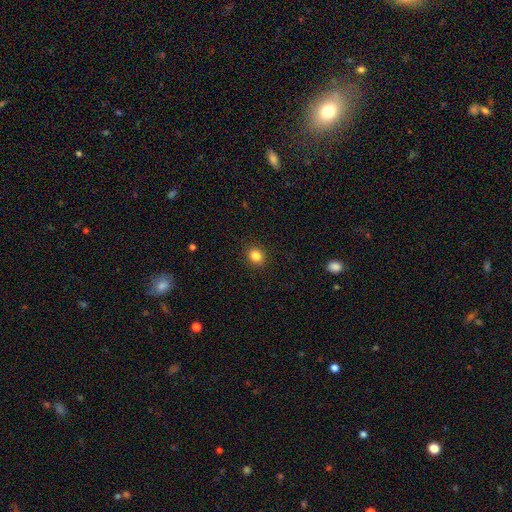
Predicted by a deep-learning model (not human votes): Smooth or featured? smooth (85%)
How rounded? round (78%)
Merging? none (91%)